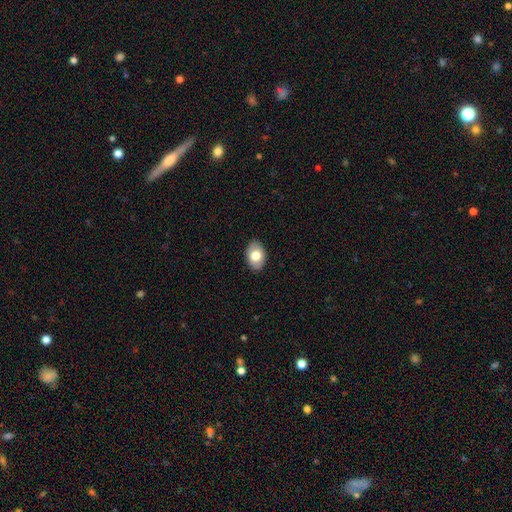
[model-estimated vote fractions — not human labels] smooth 75%, featured or disk 18%, star or artifact 7%. Down the decision tree: how rounded — in between (84%); merging — none (88%).